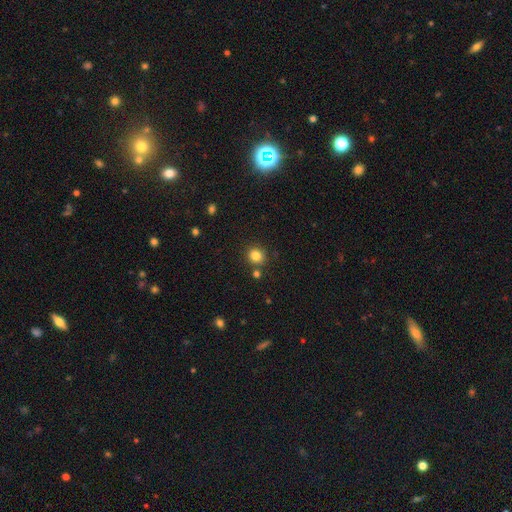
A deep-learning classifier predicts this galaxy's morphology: Smooth or featured: smooth — 82% (star or artifact — 12%)
How rounded: round — 86% (in between — 13%)
Merging: none — 81% (minor disturbance — 8%)